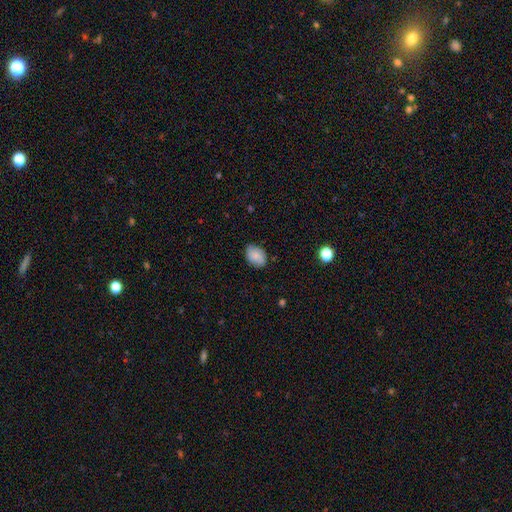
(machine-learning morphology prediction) Q: Smooth or featured?
A: smooth (77%); runner-up: featured or disk (15%)
Q: How rounded?
A: in between (78%); runner-up: round (20%)
Q: Merging?
A: none (80%); runner-up: minor disturbance (16%)